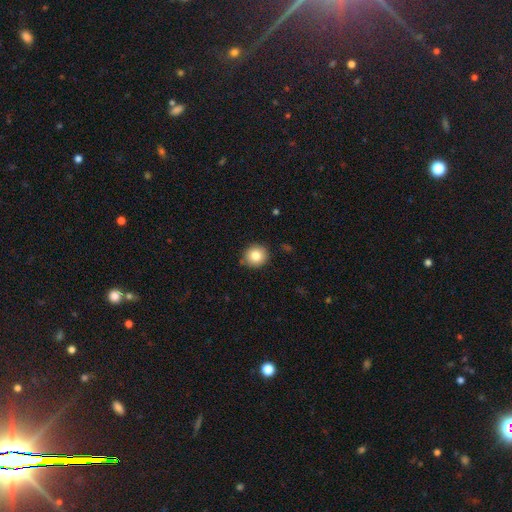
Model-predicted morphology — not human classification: Smooth or featured?
  - smooth: 82% *
  - star or artifact: 10%
  - featured or disk: 8%
How rounded?
  - round: 90% *
  - in between: 9%
  - cigar-shaped: 1%
Merging?
  - none: 87% *
  - minor disturbance: 9%
  - major disturbance: 2%
  - merger: 1%